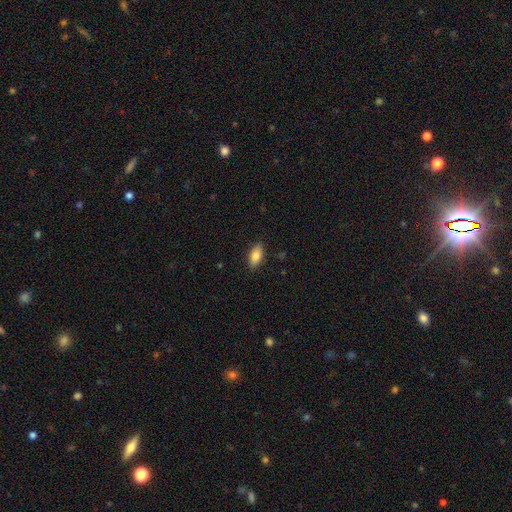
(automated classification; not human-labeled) Morphology: type=smooth (82%); roundness=in between (88%); merging=none (86%).